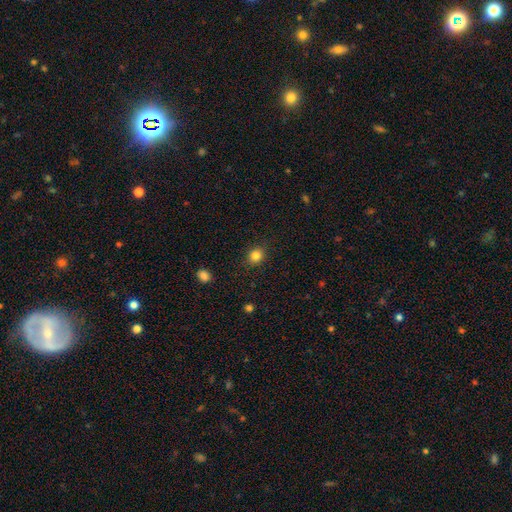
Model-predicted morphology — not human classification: The model was most divided on "how rounded": round: 75%, in between: 24%, cigar-shaped: 1%. More confident: merging — none (88%); smooth or featured — smooth (84%).